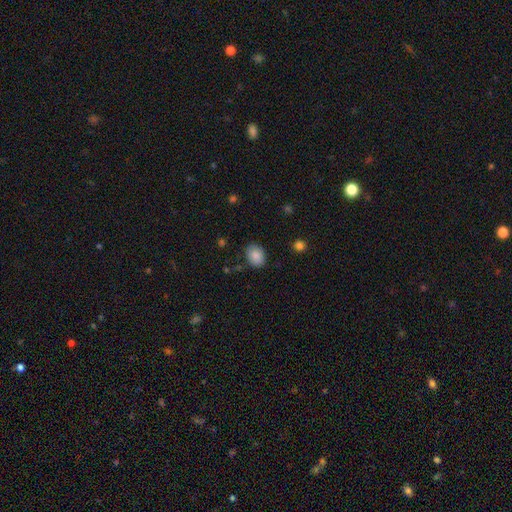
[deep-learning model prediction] This appears to be a smooth galaxy with no disk features (87%) that is in between round and cigar-shaped (63%). Merging: none (81%).